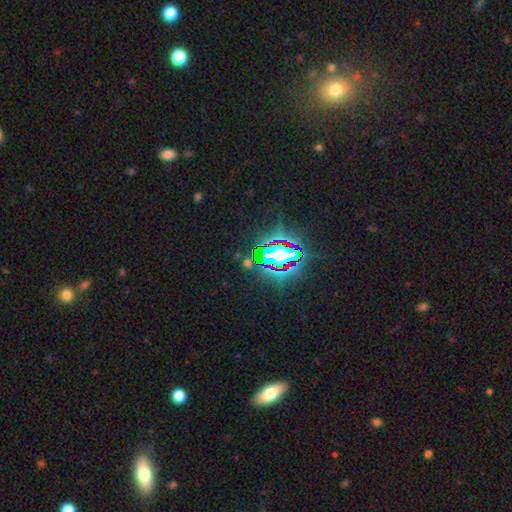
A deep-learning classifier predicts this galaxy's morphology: Q: Smooth or featured?
A: star or artifact (79%); runner-up: smooth (12%)